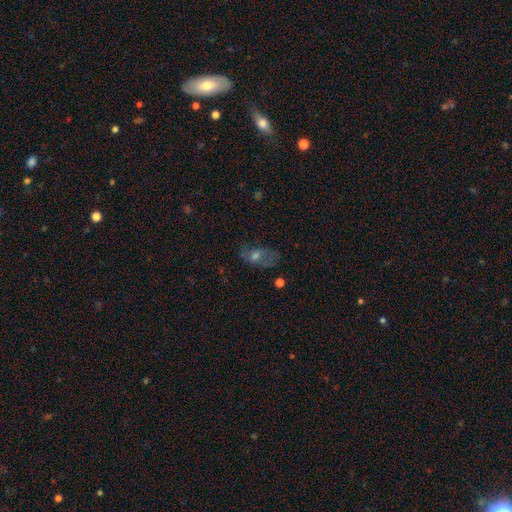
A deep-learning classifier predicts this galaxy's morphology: Smooth or featured: featured or disk — 43% (smooth — 39%)
Merging: none — 46% (major disturbance — 27%)